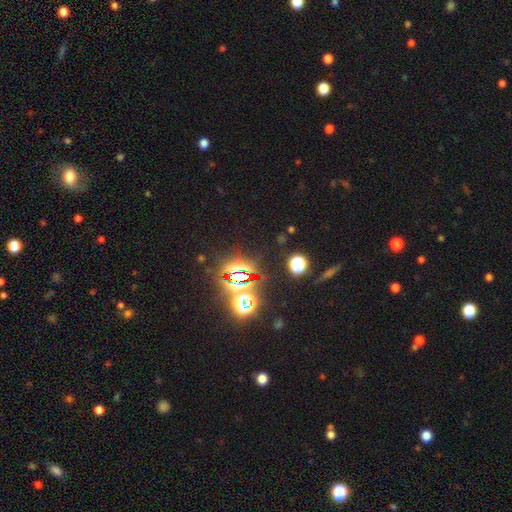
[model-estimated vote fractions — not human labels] Smooth or featured?
  - star or artifact: 79% *
  - smooth: 14%
  - featured or disk: 7%